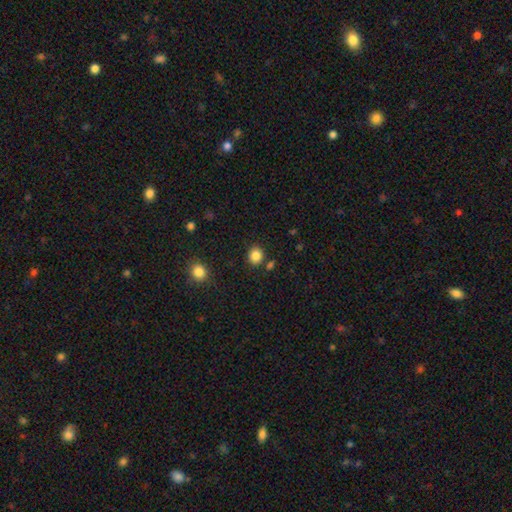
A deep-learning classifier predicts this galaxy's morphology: Q: Smooth or featured?
A: smooth (85%); runner-up: star or artifact (11%)
Q: How rounded?
A: round (74%); runner-up: in between (25%)
Q: Merging?
A: none (84%); runner-up: minor disturbance (8%)